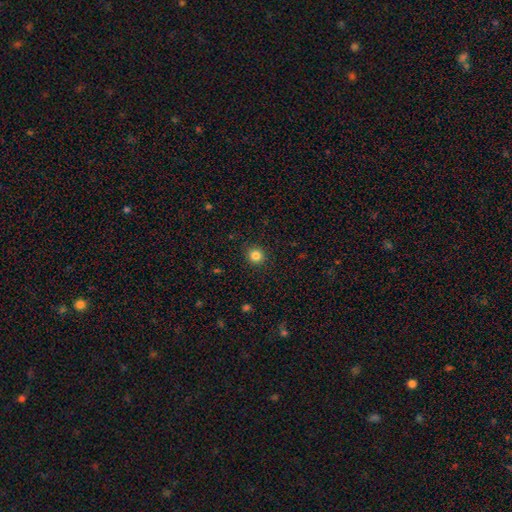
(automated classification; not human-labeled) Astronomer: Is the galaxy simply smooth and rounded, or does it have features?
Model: smooth — 84%.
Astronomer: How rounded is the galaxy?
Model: round — 90%.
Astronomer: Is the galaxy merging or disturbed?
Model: none — 91%.